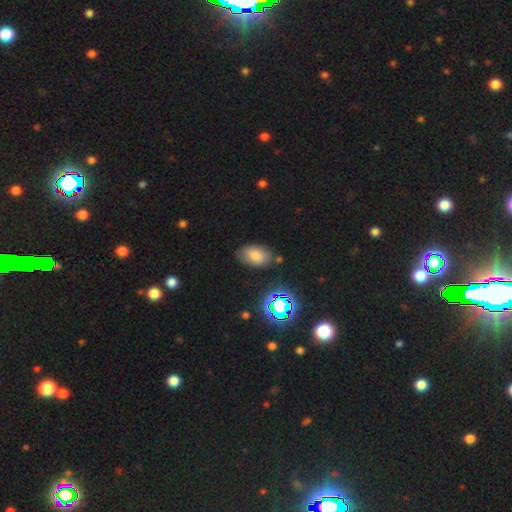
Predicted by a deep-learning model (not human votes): smooth-or-featured: smooth: 72% | star or artifact: 15% | featured or disk: 13%
  how-rounded: in between: 92% | round: 7% | cigar-shaped: 1%
  merging: none: 74% | minor disturbance: 18% | major disturbance: 4% | merger: 3%